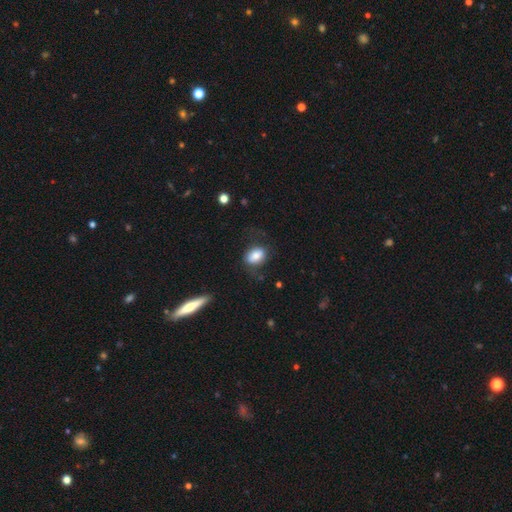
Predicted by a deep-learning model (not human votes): A smooth galaxy with no disk features (79%) that is in between round and cigar-shaped (79%).

Vote fractions:
- Smooth or featured? smooth: 79% / featured or disk: 14% / star or artifact: 8%
- How rounded? in between: 79% / round: 19% / cigar-shaped: 2%
- Merging? none: 66% / minor disturbance: 20% / major disturbance: 11% / merger: 2%